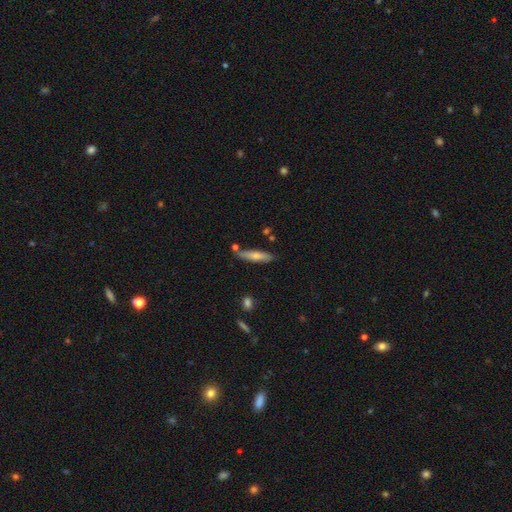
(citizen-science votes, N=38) Overall: smooth (66%; featured or disk 29%). How rounded: cigar-shaped (64%; in between 36%). Merging: none (81%).